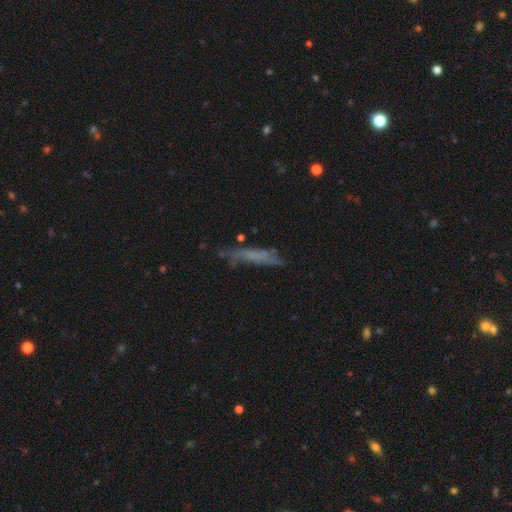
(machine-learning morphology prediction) Smooth or featured? Predicted: smooth (p=0.49). Merging? Predicted: none (p=0.56).